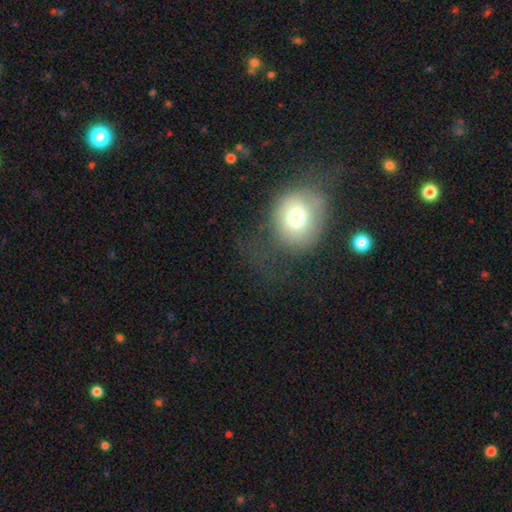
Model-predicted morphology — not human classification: Smooth or featured? Predicted: smooth (p=0.61). How rounded? Predicted: round (p=0.75). Merging? Predicted: none (p=0.50).